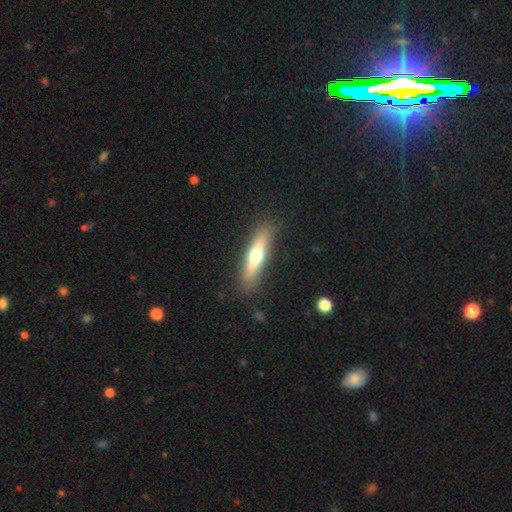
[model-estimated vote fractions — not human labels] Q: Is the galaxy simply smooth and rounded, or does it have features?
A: smooth — 48%.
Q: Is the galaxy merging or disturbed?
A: none — 88%.